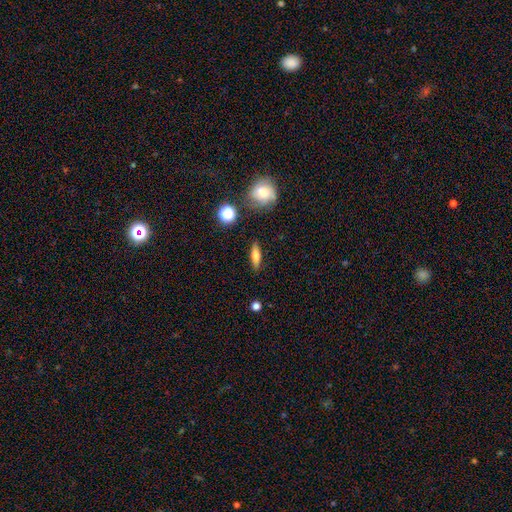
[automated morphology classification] smooth_or_featured: smooth (p=0.67) [alt: featured or disk p=0.23]
how_rounded: cigar-shaped (p=0.56) [alt: in between p=0.37]
merging: none (p=0.86) [alt: minor disturbance p=0.09]